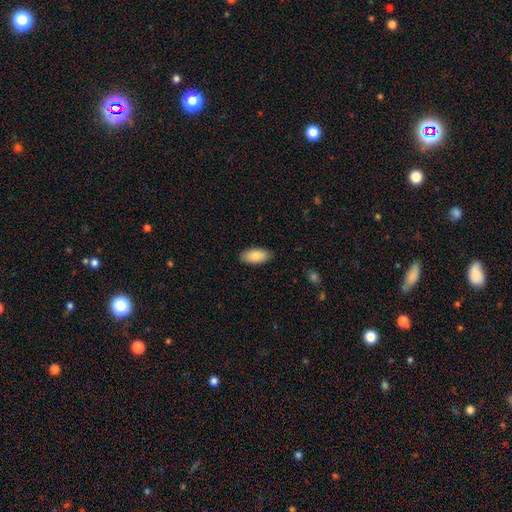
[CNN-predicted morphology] Smooth or featured? smooth (88%)
How rounded? in between (93%)
Merging? none (87%)